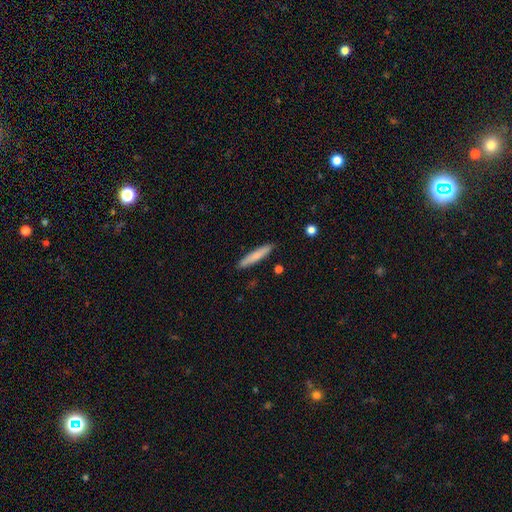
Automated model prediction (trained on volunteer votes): Smooth or featured?
  - smooth: 74% *
  - featured or disk: 21%
  - star or artifact: 6%
How rounded?
  - cigar-shaped: 92% *
  - in between: 6%
  - round: 1%
Merging?
  - none: 89% *
  - minor disturbance: 8%
  - merger: 2%
  - major disturbance: 2%